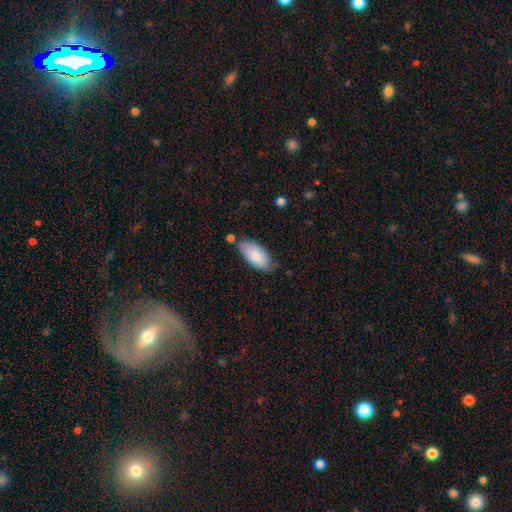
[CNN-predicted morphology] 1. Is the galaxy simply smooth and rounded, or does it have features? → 83% smooth, 11% featured or disk, 6% star or artifact.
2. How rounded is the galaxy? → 93% in between, 5% cigar-shaped, 2% round.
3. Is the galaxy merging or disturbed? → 67% none, 23% minor disturbance, 6% merger, 4% major disturbance.